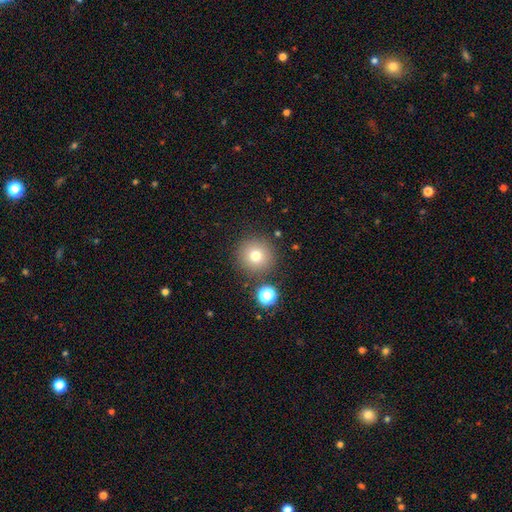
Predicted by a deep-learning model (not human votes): smooth 76%, star or artifact 14%, featured or disk 11%. Down the decision tree: how rounded — round (96%); merging — none (86%).